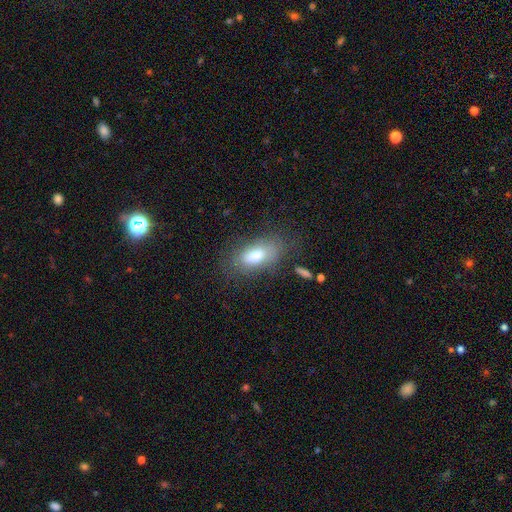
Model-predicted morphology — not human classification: A smooth galaxy with no disk features (76%) that is in between round and cigar-shaped (89%).

Vote fractions:
- Smooth or featured? smooth: 76% / featured or disk: 16% / star or artifact: 8%
- How rounded? in between: 89% / cigar-shaped: 7% / round: 4%
- Merging? none: 70% / minor disturbance: 19% / major disturbance: 9% / merger: 3%